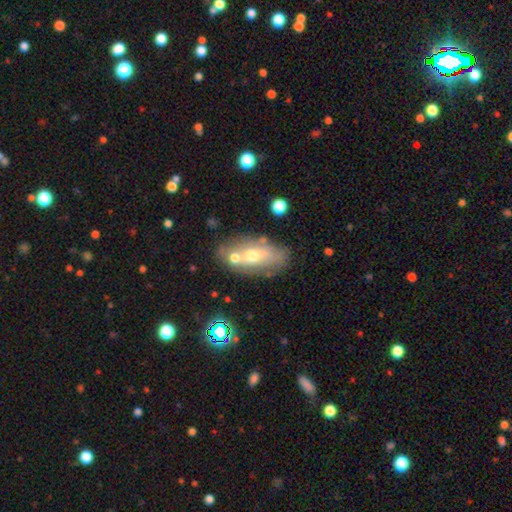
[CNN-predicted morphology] smooth-or-featured: featured or disk: 45% | smooth: 44% | star or artifact: 11%
  merging: none: 58% | merger: 19% | minor disturbance: 16% | major disturbance: 6%